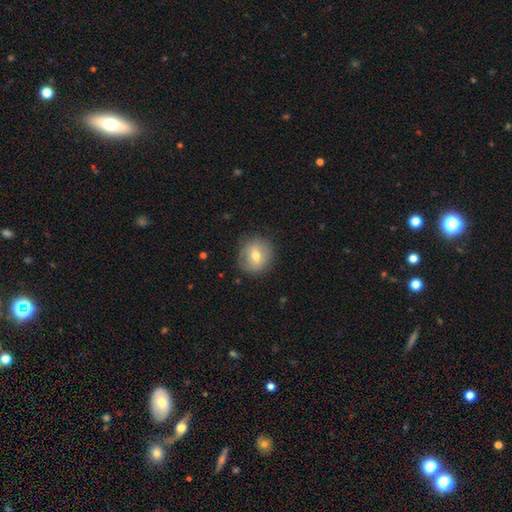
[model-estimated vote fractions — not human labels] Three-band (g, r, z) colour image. It shows a smooth galaxy with no disk features (64%) that is round (85%). Merging: none (83%).